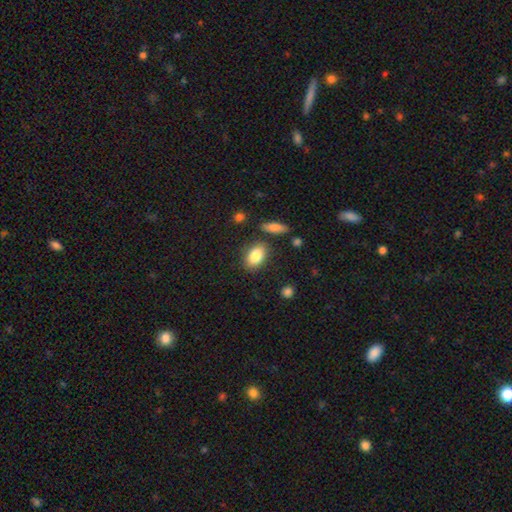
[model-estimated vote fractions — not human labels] smooth_or_featured: smooth (p=0.84) [alt: featured or disk p=0.09]
how_rounded: in between (p=0.86) [alt: round p=0.12]
merging: none (p=0.81) [alt: minor disturbance p=0.11]